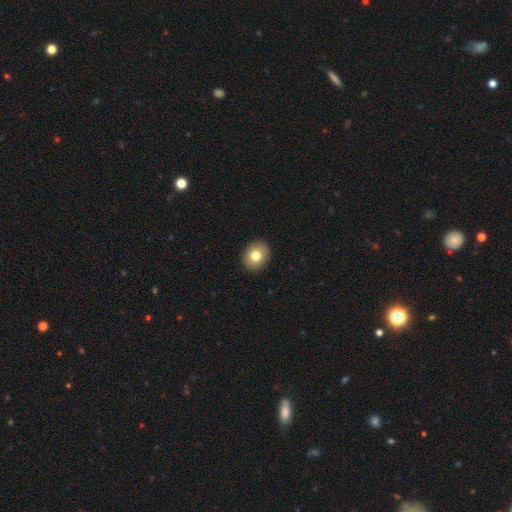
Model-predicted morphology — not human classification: The model was most divided on "how rounded": round: 55%, in between: 44%, cigar-shaped: 1%. More confident: merging — none (91%); smooth or featured — smooth (80%).